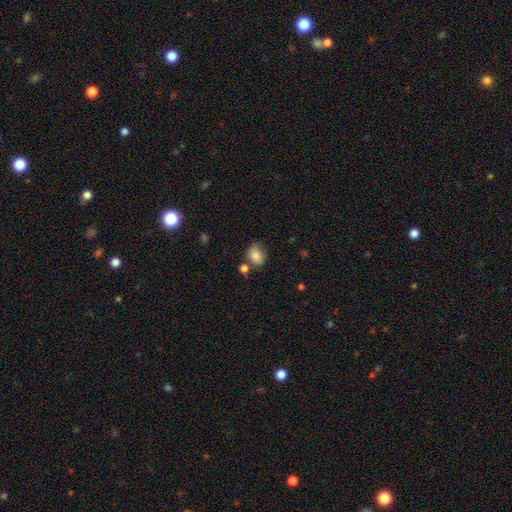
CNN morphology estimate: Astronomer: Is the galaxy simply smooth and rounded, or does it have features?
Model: smooth — 81%.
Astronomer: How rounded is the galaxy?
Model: in between — 65%.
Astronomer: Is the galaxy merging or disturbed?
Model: none — 59%.